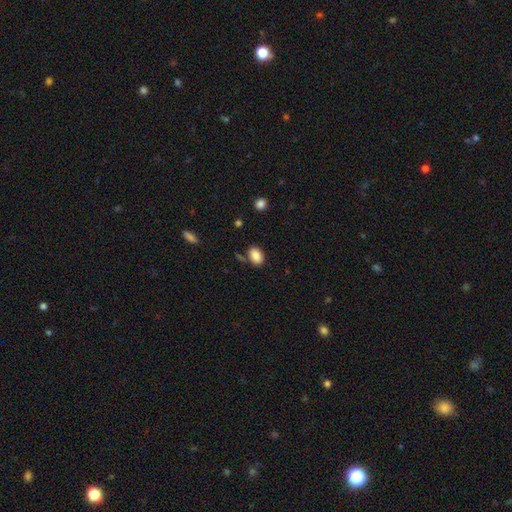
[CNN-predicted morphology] Smooth or featured?
  - smooth: 86% *
  - star or artifact: 8%
  - featured or disk: 5%
How rounded?
  - in between: 85% *
  - round: 14%
  - cigar-shaped: 1%
Merging?
  - none: 78% *
  - minor disturbance: 13%
  - merger: 6%
  - major disturbance: 3%